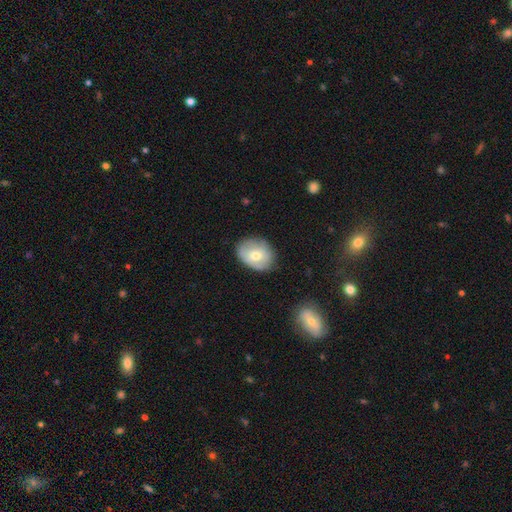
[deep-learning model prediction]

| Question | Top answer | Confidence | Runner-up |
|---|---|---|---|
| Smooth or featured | smooth | 60% | featured or disk (33%) |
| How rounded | in between | 59% | round (40%) |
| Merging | none | 72% | minor disturbance (22%) |